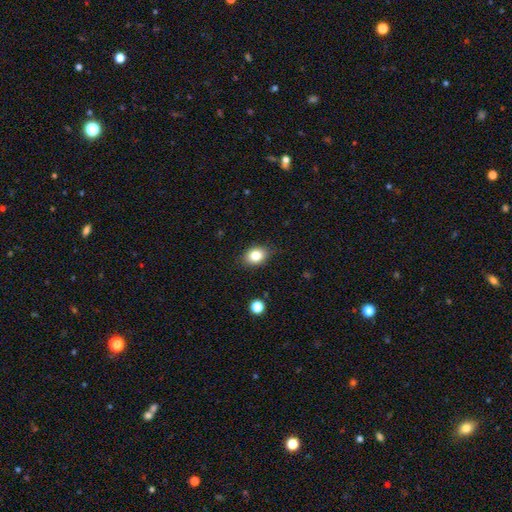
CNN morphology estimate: This is clearly a smooth galaxy (82%). How rounded: likely in between (69%). Merging: clearly none (85%).